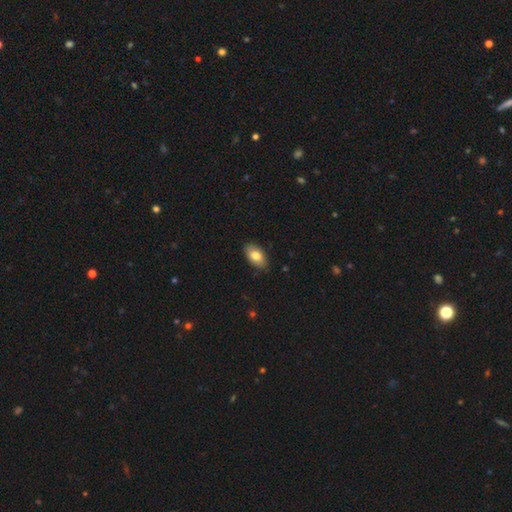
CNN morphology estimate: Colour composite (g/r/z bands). It shows a smooth galaxy with no disk features (78%) that is in between round and cigar-shaped (93%). Merging: none (87%).